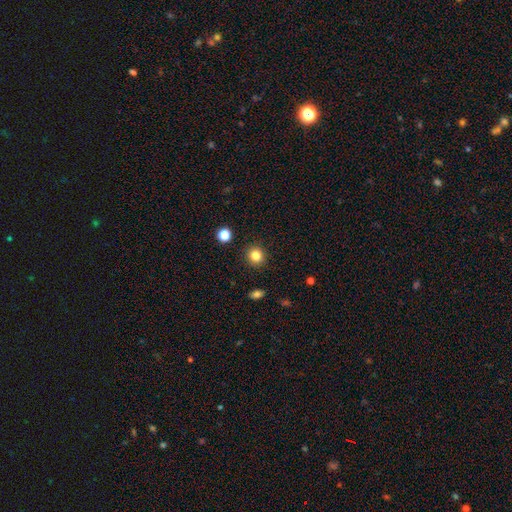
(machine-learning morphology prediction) Overall: smooth (83%). How rounded: round (89%). Merging: none (91%).